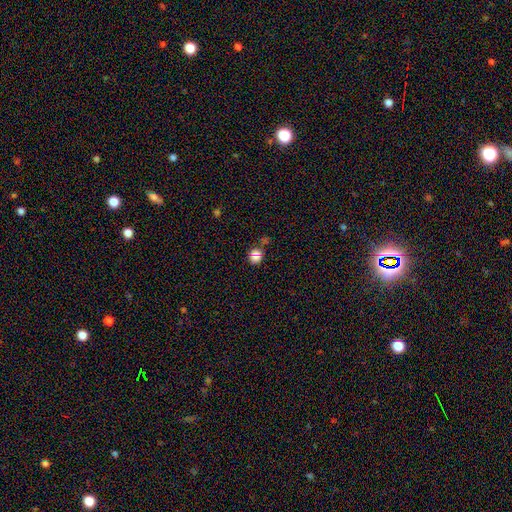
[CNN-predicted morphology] A smooth galaxy with no disk features (81%) that is round (78%).

Vote fractions:
- Smooth or featured? smooth: 81% / star or artifact: 13% / featured or disk: 6%
- How rounded? round: 78% / in between: 20% / cigar-shaped: 1%
- Merging? none: 57% / merger: 20% / minor disturbance: 17% / major disturbance: 6%